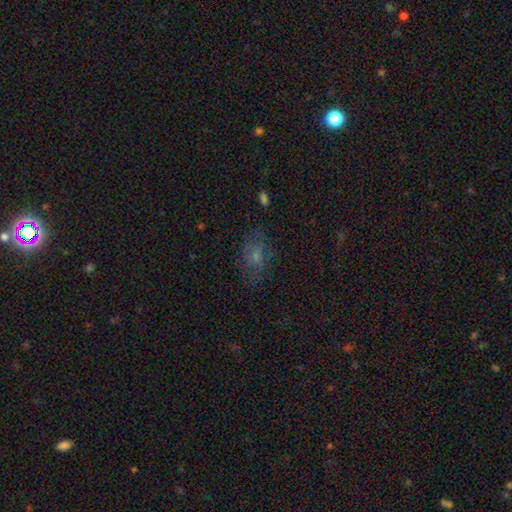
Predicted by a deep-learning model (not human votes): This appears to be a smooth galaxy with no disk features (55%) that is in between round and cigar-shaped (74%). Merging: none (63%).